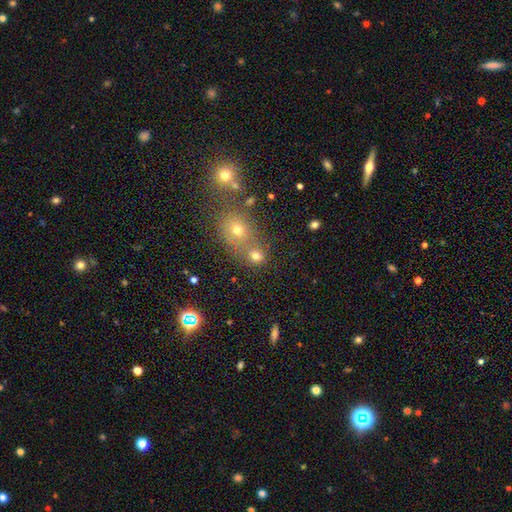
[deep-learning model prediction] Smooth or featured?
  - smooth: 72% *
  - star or artifact: 18%
  - featured or disk: 10%
How rounded?
  - round: 67% *
  - in between: 31%
  - cigar-shaped: 1%
Merging?
  - none: 48% *
  - merger: 39%
  - minor disturbance: 9%
  - major disturbance: 4%